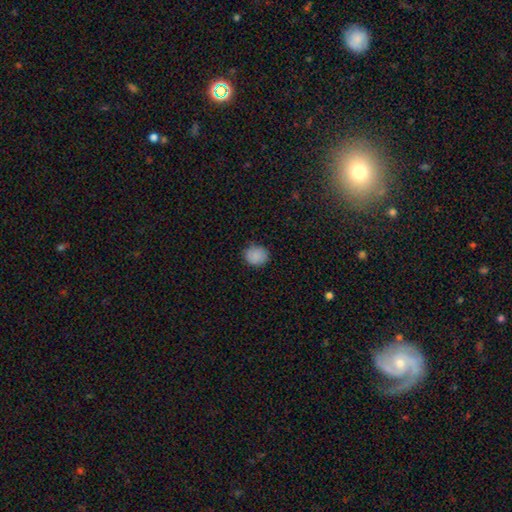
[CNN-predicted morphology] Q: Smooth or featured?
A: smooth (88%); runner-up: star or artifact (9%)
Q: How rounded?
A: round (78%); runner-up: in between (21%)
Q: Merging?
A: none (86%); runner-up: minor disturbance (10%)